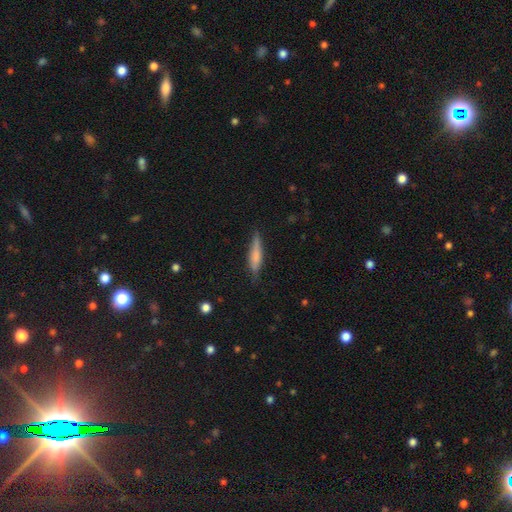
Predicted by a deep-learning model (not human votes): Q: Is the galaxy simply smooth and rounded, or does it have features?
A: smooth — 66%.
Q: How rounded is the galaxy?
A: cigar-shaped — 80%.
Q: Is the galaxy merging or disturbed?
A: none — 77%.